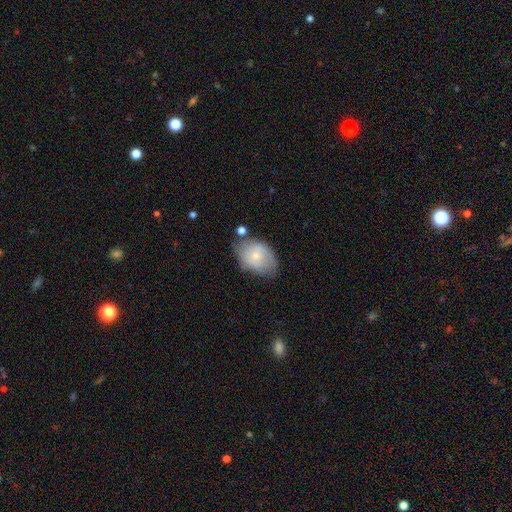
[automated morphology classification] The model was most divided on "smooth or featured": smooth: 60%, featured or disk: 33%, star or artifact: 7%. More confident: how rounded — in between (80%); merging — none (57%).